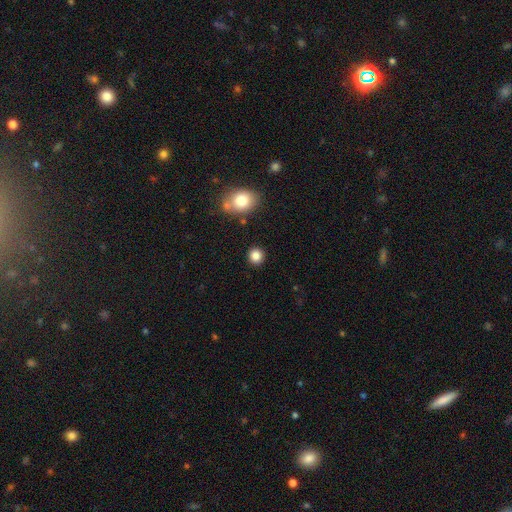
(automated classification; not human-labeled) smooth 85%, star or artifact 10%, featured or disk 4%. Down the decision tree: how rounded — round (91%); merging — none (90%).